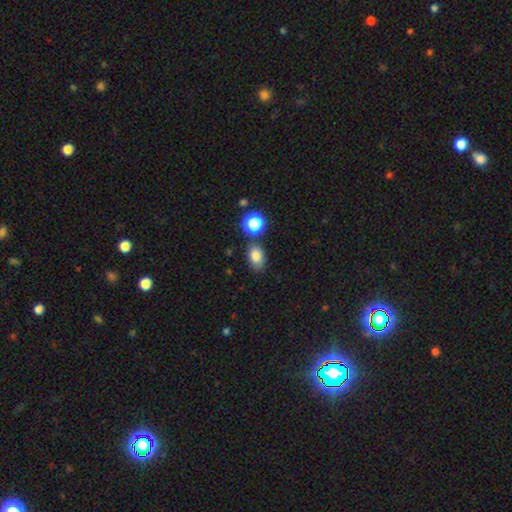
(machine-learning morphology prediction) Q: Smooth or featured?
A: smooth (81%); runner-up: star or artifact (12%)
Q: How rounded?
A: in between (81%); runner-up: round (18%)
Q: Merging?
A: none (75%); runner-up: minor disturbance (14%)